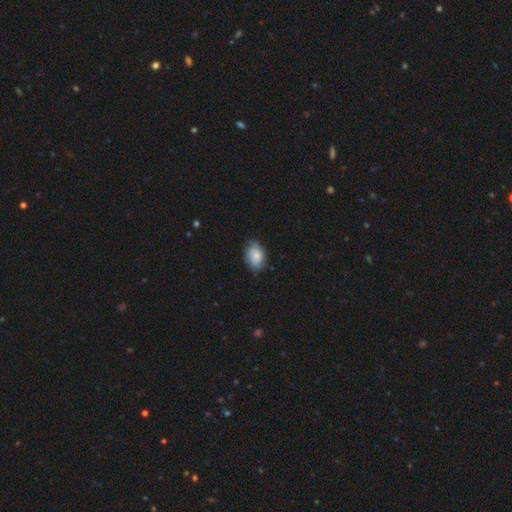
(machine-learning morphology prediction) Overall: smooth (63%; featured or disk 30%). How rounded: in between (80%). Merging: none (69%).